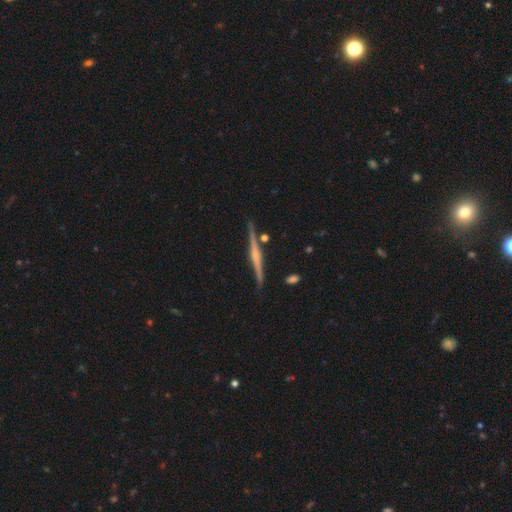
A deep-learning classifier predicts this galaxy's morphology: type=featured or disk (80%); edge-on=yes (98%); edge-on bulge=rounded (74%); merging=none (86%).